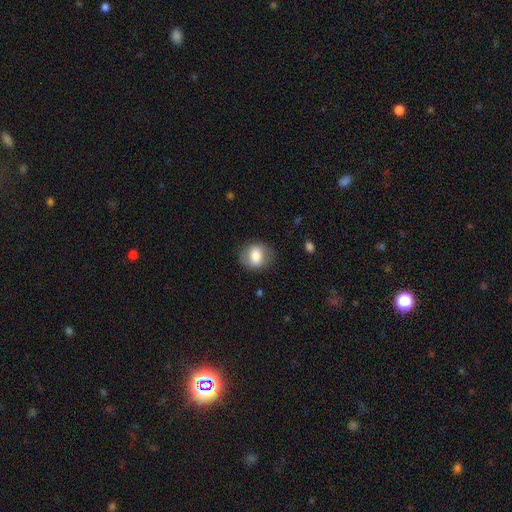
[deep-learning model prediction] Q: Smooth or featured?
A: smooth (72%); runner-up: featured or disk (20%)
Q: How rounded?
A: round (51%); runner-up: in between (47%)
Q: Merging?
A: none (78%); runner-up: minor disturbance (15%)